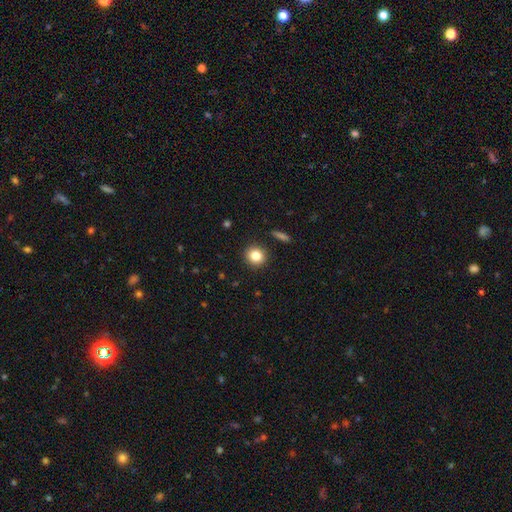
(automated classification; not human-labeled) Morphology: type=smooth (83%); roundness=round (88%); merging=none (91%).